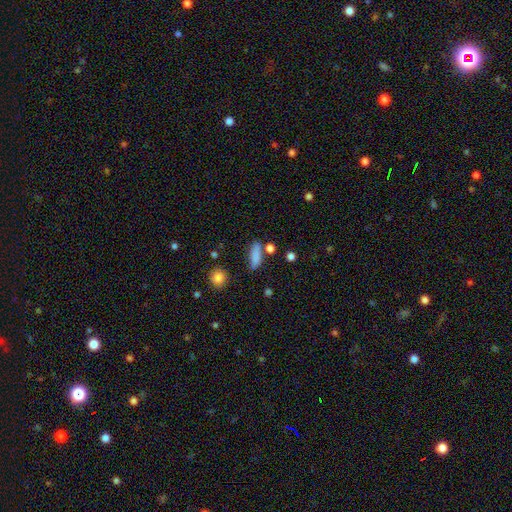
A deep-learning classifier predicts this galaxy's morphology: Smooth or featured: smooth — 80% (featured or disk — 10%)
How rounded: in between — 48% (cigar-shaped — 47%)
Merging: none — 65% (minor disturbance — 18%)